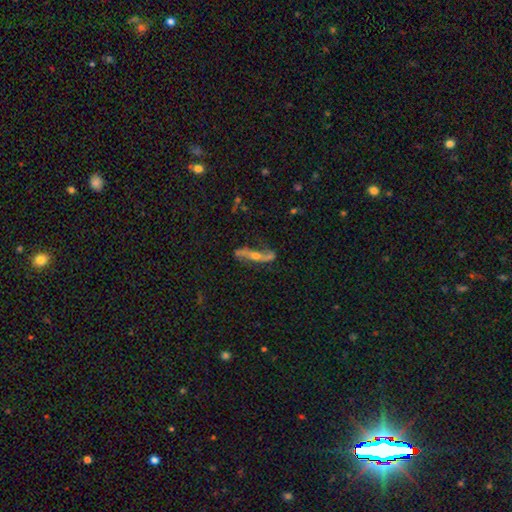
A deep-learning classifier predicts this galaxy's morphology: Smooth or featured? Predicted: featured or disk (p=0.74). Edge-on disk? Predicted: no (p=0.58). Merging? Predicted: none (p=0.65).